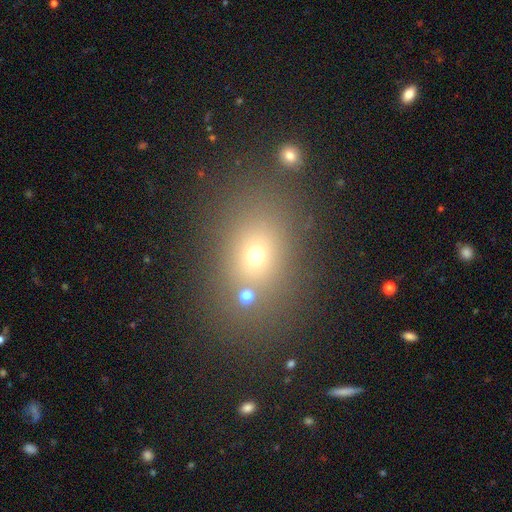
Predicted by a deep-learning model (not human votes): Q: Smooth or featured?
A: smooth (61%); runner-up: star or artifact (26%)
Q: How rounded?
A: in between (60%); runner-up: round (38%)
Q: Merging?
A: none (75%); runner-up: minor disturbance (11%)